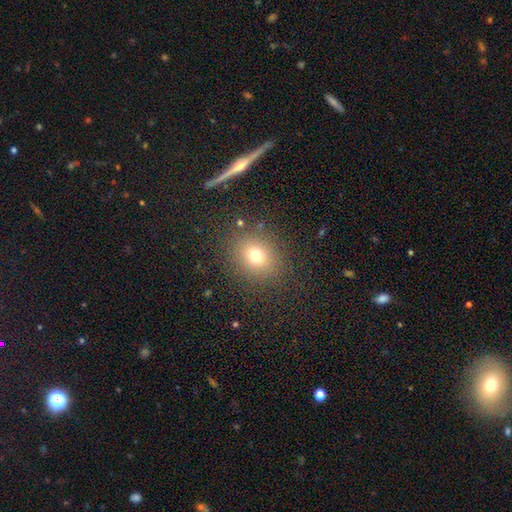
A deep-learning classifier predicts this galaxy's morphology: Smooth or featured? Predicted: smooth (p=0.72). How rounded? Predicted: round (p=0.69). Merging? Predicted: none (p=0.85).